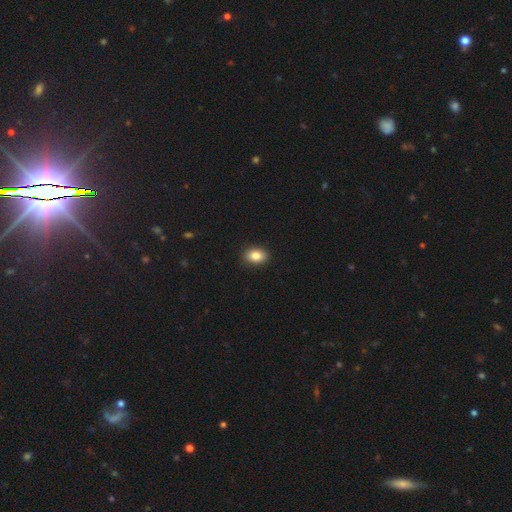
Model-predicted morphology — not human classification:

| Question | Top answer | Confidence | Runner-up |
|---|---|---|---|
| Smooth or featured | smooth | 85% | star or artifact (9%) |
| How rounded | in between | 79% | round (20%) |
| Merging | none | 90% | minor disturbance (7%) |